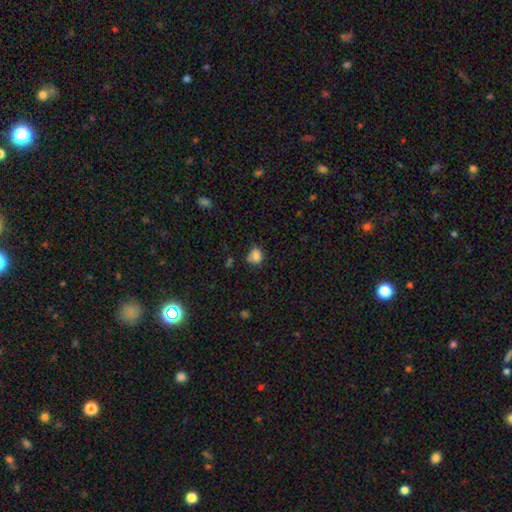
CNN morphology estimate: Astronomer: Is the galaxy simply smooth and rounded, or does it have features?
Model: smooth — 82%.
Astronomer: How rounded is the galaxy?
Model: round — 50% (runner-up: in between, 49%).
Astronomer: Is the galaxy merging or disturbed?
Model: none — 55%.